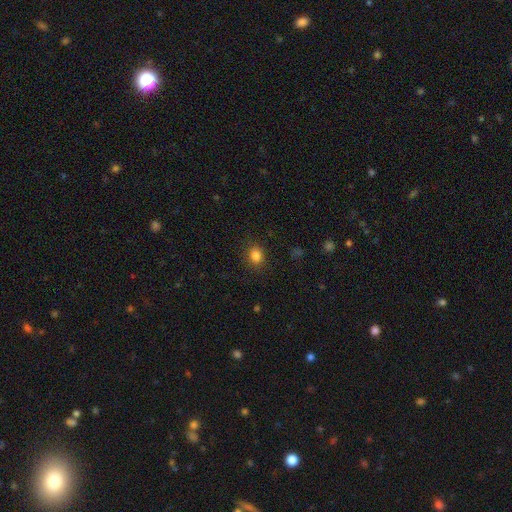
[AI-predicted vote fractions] A smooth galaxy with no disk features (83%) that is round (65%).

Vote fractions:
- Smooth or featured? smooth: 83% / star or artifact: 12% / featured or disk: 5%
- How rounded? round: 65% / in between: 34% / cigar-shaped: 1%
- Merging? none: 88% / minor disturbance: 8% / major disturbance: 3% / merger: 1%